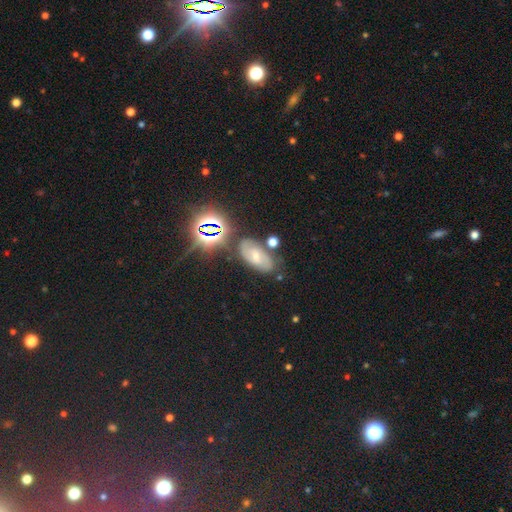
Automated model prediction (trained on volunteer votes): Morphology: type=featured or disk (38%); merging=none (71%).